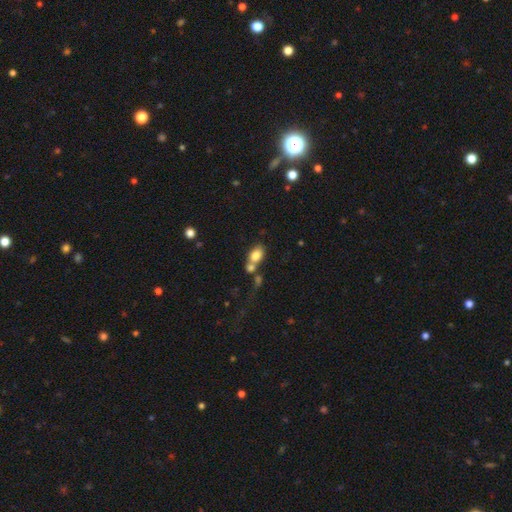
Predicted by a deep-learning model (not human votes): Smooth or featured?
  - smooth: 78% *
  - featured or disk: 12%
  - star or artifact: 9%
How rounded?
  - in between: 72% *
  - round: 26%
  - cigar-shaped: 2%
Merging?
  - merger: 50% *
  - none: 34%
  - minor disturbance: 10%
  - major disturbance: 6%